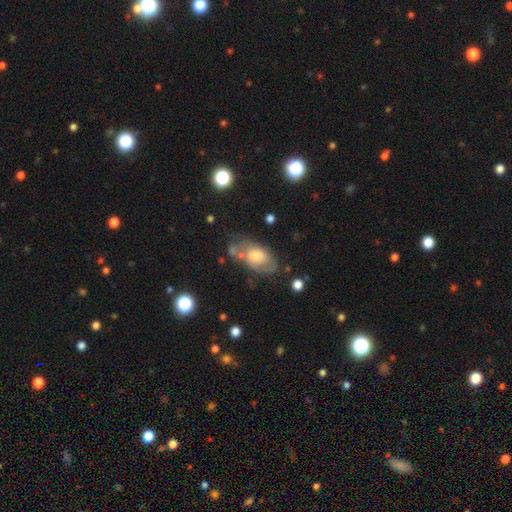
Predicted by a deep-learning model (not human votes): Overall: smooth (48%; featured or disk 43%). Merging: none (49%; minor disturbance 27%).